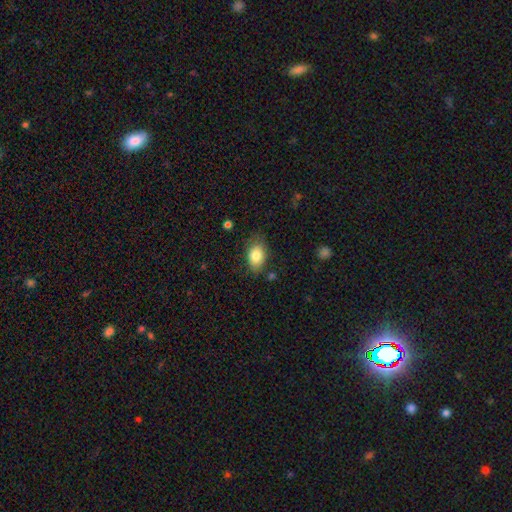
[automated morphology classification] type=smooth (84%); roundness=in between (87%); merging=none (74%).